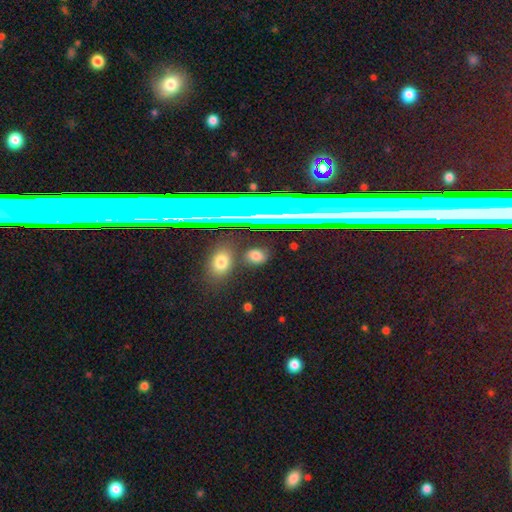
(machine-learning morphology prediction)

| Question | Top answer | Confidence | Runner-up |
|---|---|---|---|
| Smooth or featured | smooth | 69% | star or artifact (23%) |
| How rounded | round | 53% | in between (44%) |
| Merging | none | 84% | minor disturbance (9%) |